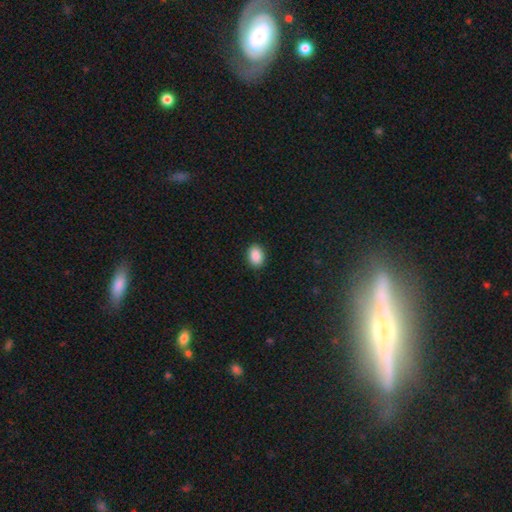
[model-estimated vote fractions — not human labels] smooth 89%, star or artifact 8%, featured or disk 3%. Down the decision tree: how rounded — in between (78%); merging — none (90%).